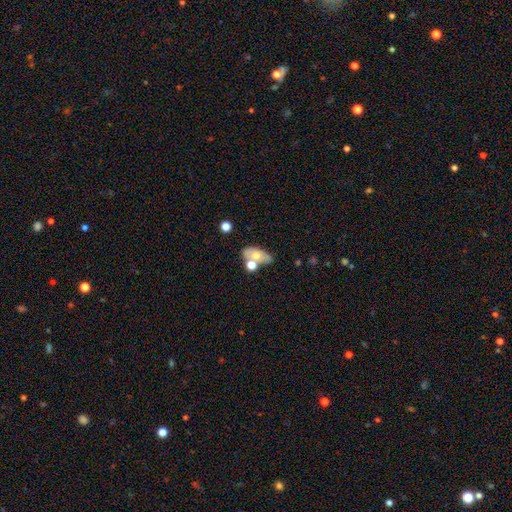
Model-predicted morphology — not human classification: This is possibly a smooth galaxy (55%). How rounded: clearly in between (85%). Merging: possibly none (48%).